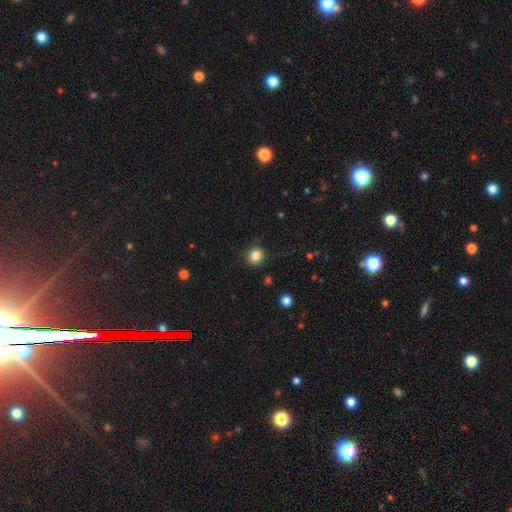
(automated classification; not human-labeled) Smooth or featured? Predicted: smooth (p=0.82). How rounded? Predicted: round (p=0.86). Merging? Predicted: none (p=0.83).